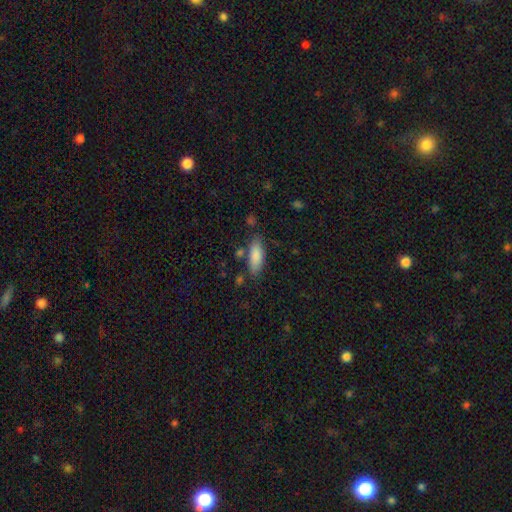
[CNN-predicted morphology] smooth 85%, featured or disk 8%, star or artifact 6%. Down the decision tree: how rounded — in between (70%); merging — none (76%).